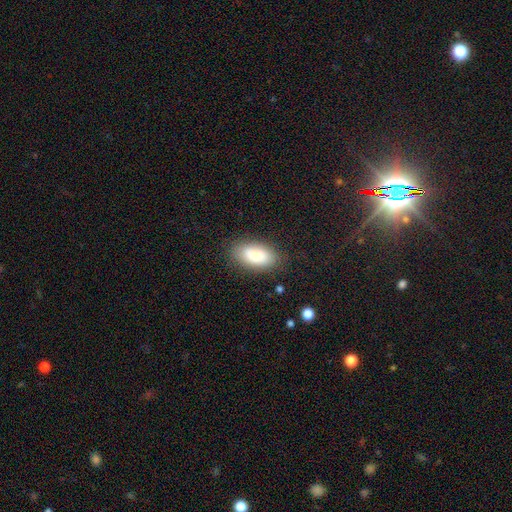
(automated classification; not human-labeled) This appears to be a smooth galaxy with no disk features (86%) that is in between round and cigar-shaped (92%). Merging: none (82%).